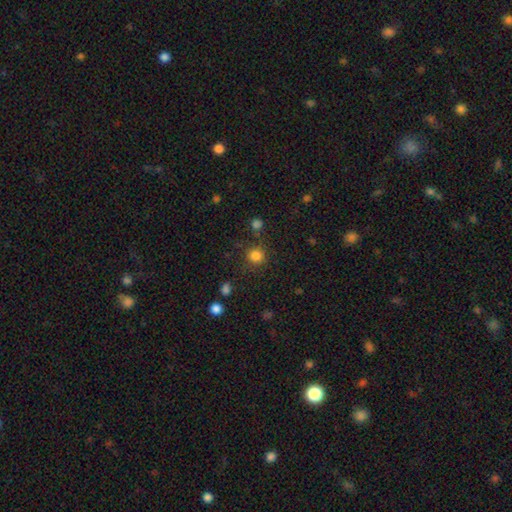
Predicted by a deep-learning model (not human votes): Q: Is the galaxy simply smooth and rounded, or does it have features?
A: smooth — 83%.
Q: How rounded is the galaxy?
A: round — 92%.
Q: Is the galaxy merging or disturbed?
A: none — 82%.